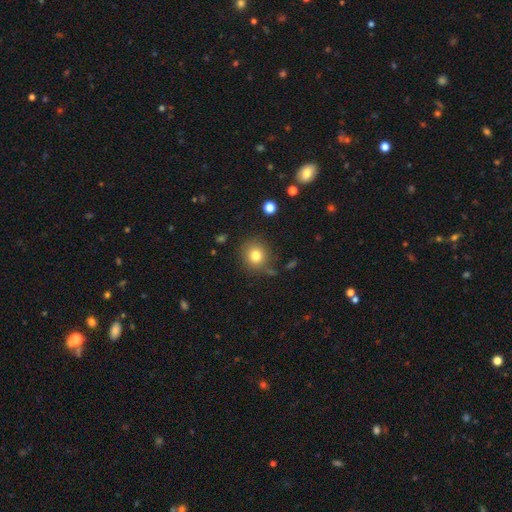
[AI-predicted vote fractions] smooth-or-featured: smooth: 78% | star or artifact: 12% | featured or disk: 10%
  how-rounded: round: 89% | in between: 10% | cigar-shaped: 1%
  merging: none: 80% | minor disturbance: 12% | major disturbance: 4% | merger: 4%